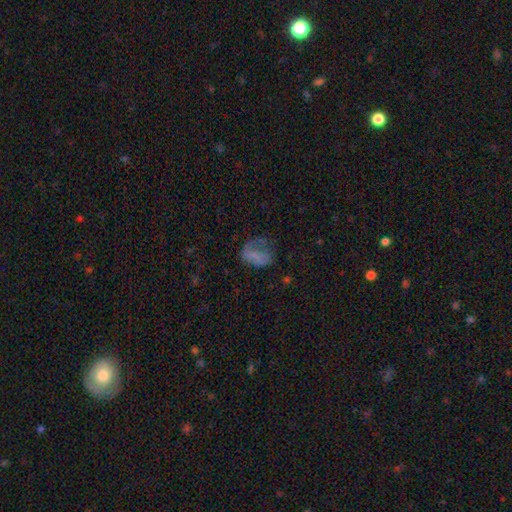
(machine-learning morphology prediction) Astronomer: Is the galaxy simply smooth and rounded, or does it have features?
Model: smooth — 55% (runner-up: featured or disk, 30%).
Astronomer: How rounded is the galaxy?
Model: in between — 71%.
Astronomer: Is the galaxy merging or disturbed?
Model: major disturbance — 41% (runner-up: none, 31%).